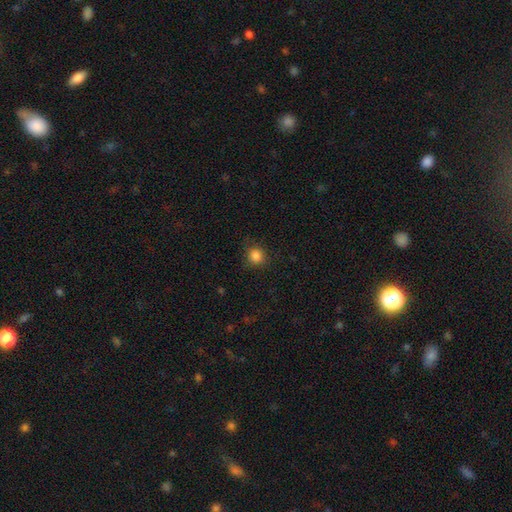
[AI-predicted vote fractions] A smooth galaxy with no disk features (85%) that is round (89%). Merging: none (85%).